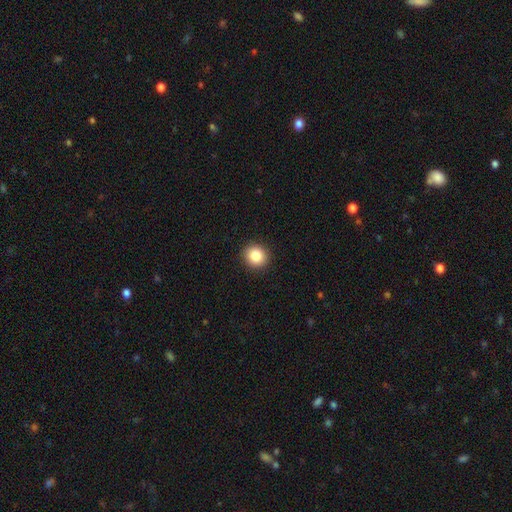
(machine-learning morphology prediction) Smooth or featured: smooth — 86% (star or artifact — 9%)
How rounded: round — 88% (in between — 11%)
Merging: none — 92% (minor disturbance — 5%)